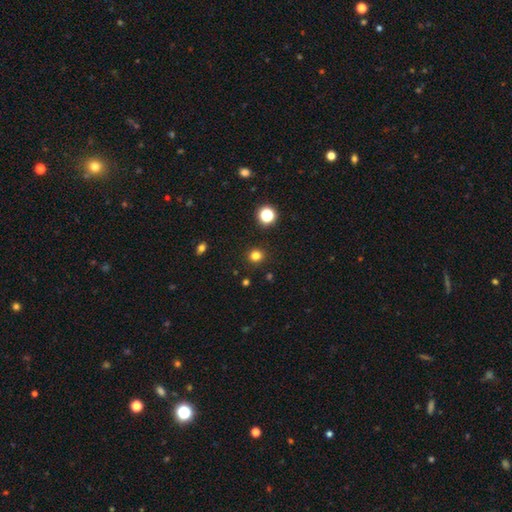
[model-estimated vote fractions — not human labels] Q: Smooth or featured?
A: smooth (79%); runner-up: star or artifact (16%)
Q: How rounded?
A: round (89%); runner-up: in between (10%)
Q: Merging?
A: none (91%); runner-up: minor disturbance (6%)